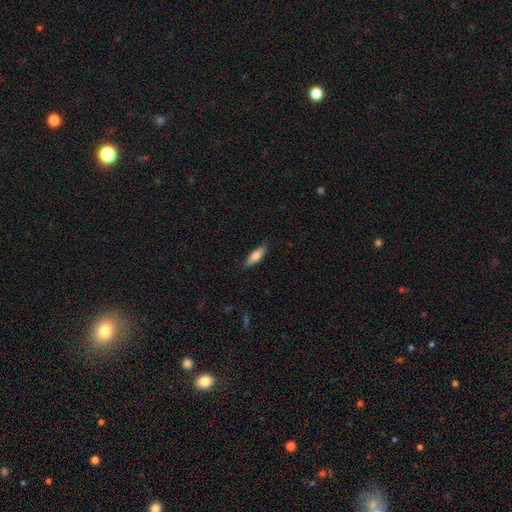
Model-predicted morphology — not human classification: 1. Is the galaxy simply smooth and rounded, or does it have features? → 74% smooth, 20% featured or disk, 6% star or artifact.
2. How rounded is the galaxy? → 50% cigar-shaped, 49% in between, 2% round.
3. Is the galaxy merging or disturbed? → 85% none, 12% minor disturbance, 2% major disturbance, 1% merger.